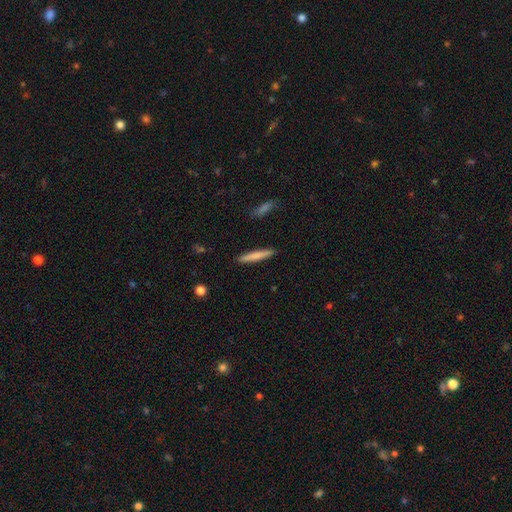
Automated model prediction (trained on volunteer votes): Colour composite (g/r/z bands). It shows a smooth galaxy with no disk features (75%) that is cigar-shaped (94%). Merging: none (91%).